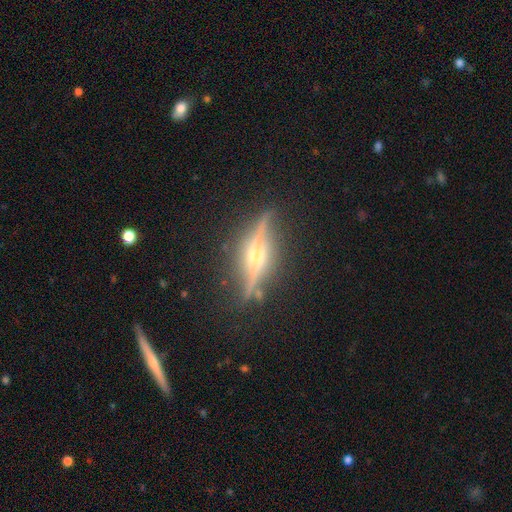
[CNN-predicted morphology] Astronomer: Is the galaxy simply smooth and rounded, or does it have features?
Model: featured or disk — 85%.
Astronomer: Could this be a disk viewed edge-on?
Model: yes — 88%.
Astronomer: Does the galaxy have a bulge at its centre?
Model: rounded — 90%.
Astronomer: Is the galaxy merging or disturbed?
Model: none — 80%.